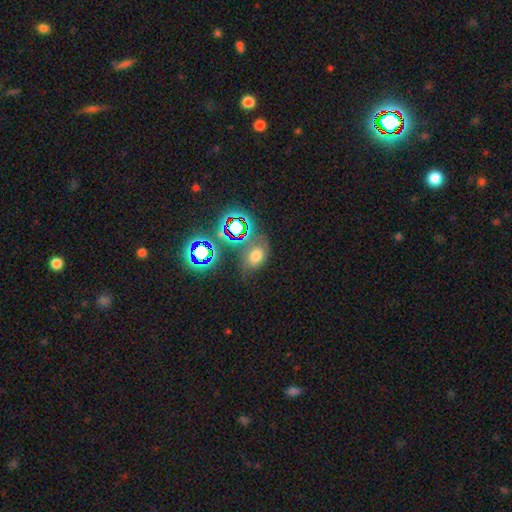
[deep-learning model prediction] smooth-or-featured: smooth: 56% | star or artifact: 30% | featured or disk: 15%
  how-rounded: in between: 63% | round: 36% | cigar-shaped: 2%
  merging: none: 53% | minor disturbance: 22% | major disturbance: 14% | merger: 11%